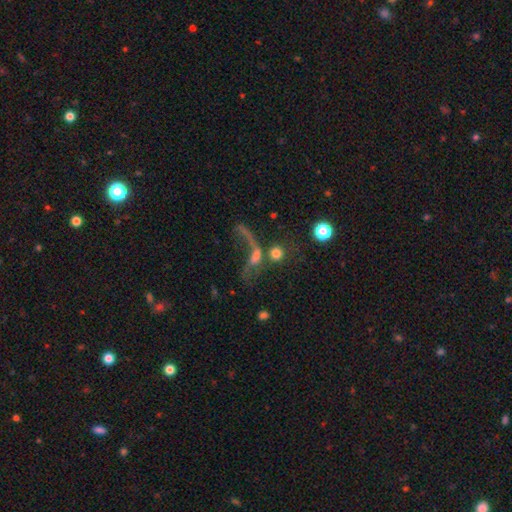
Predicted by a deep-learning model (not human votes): A smooth galaxy with no disk features (41%).

Vote fractions:
- Smooth or featured? smooth: 41% / featured or disk: 39% / star or artifact: 20%
- Merging? merger: 34% / major disturbance: 29% / none: 27% / minor disturbance: 9%